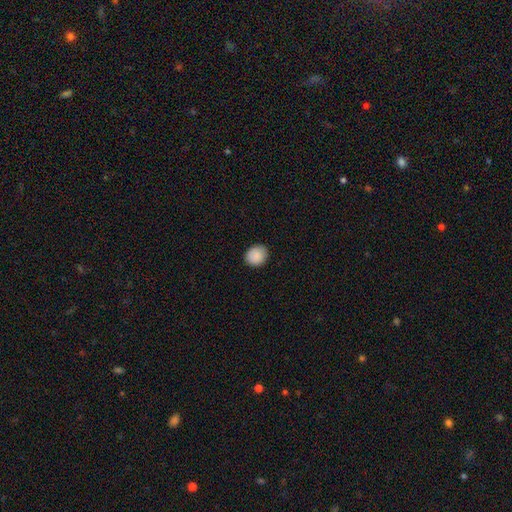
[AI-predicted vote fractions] The model was most divided on "how rounded": round: 78%, in between: 21%, cigar-shaped: 1%. More confident: smooth or featured — smooth (89%); merging — none (88%).